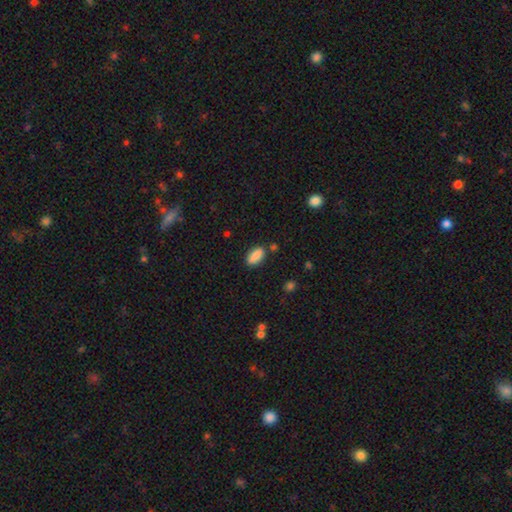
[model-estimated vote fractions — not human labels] Smooth or featured: smooth — 87% (star or artifact — 8%)
How rounded: in between — 84% (cigar-shaped — 13%)
Merging: none — 82% (minor disturbance — 11%)